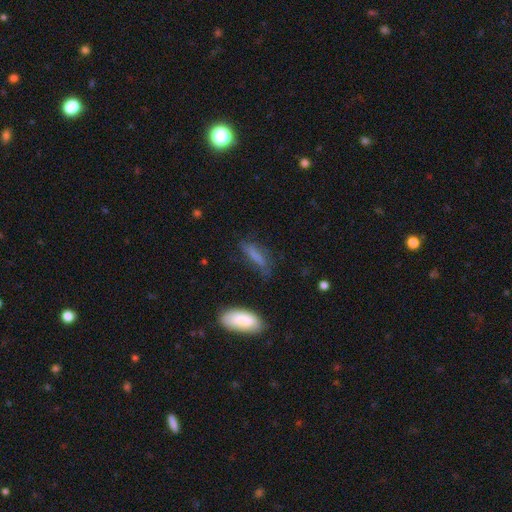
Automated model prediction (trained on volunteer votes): Smooth or featured? Predicted: smooth (p=0.69). How rounded? Predicted: cigar-shaped (p=0.65). Merging? Predicted: none (p=0.61).